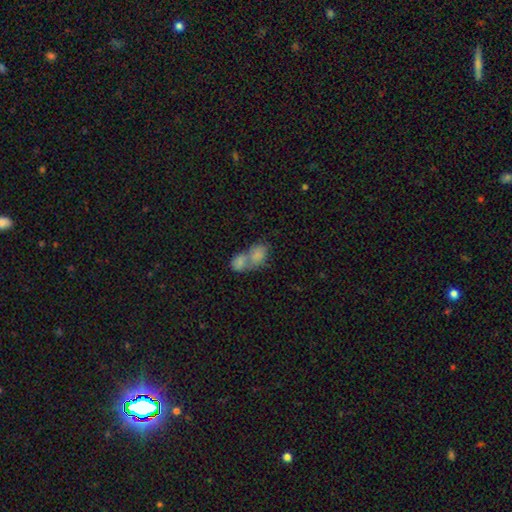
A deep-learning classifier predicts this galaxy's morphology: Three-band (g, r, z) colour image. It shows a smooth galaxy with no disk features (77%) that is in between round and cigar-shaped (76%). Merging: merger (76%).